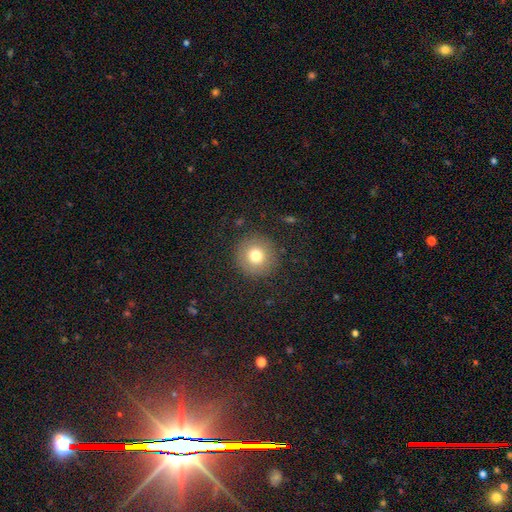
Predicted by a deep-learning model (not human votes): A smooth galaxy with no disk features (75%) that is round (95%). Merging: none (89%).